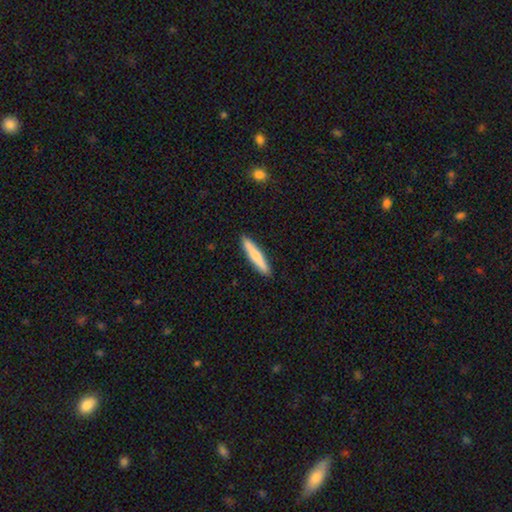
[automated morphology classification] smooth_or_featured: smooth (p=0.68) [alt: featured or disk p=0.27]
how_rounded: cigar-shaped (p=0.92) [alt: in between p=0.06]
merging: none (p=0.91) [alt: minor disturbance p=0.06]